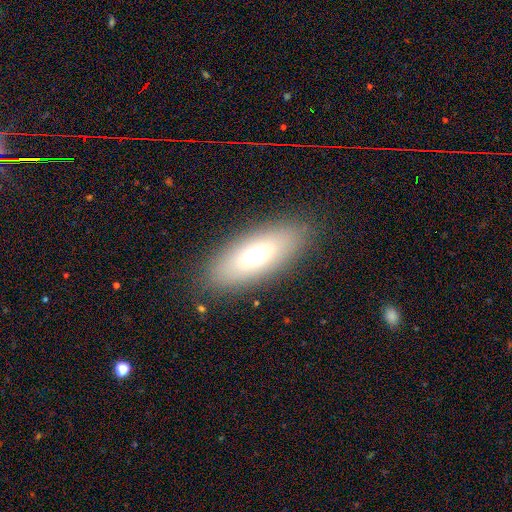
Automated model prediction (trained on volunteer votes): Smooth or featured? smooth (64%)
How rounded? in between (76%)
Merging? none (84%)